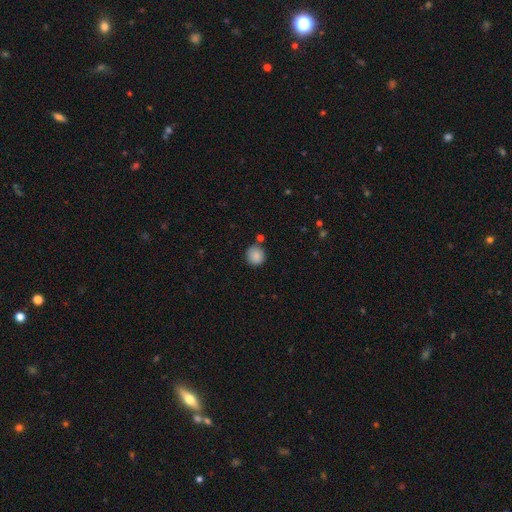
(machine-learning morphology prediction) This is clearly a smooth galaxy (87%). How rounded: clearly round (92%). Merging: clearly none (81%).